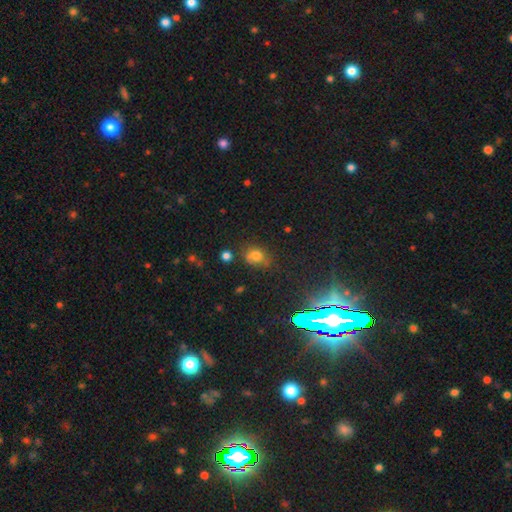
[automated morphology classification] Overall: smooth (70%). How rounded: round (51%; in between 47%). Merging: none (62%; minor disturbance 24%).